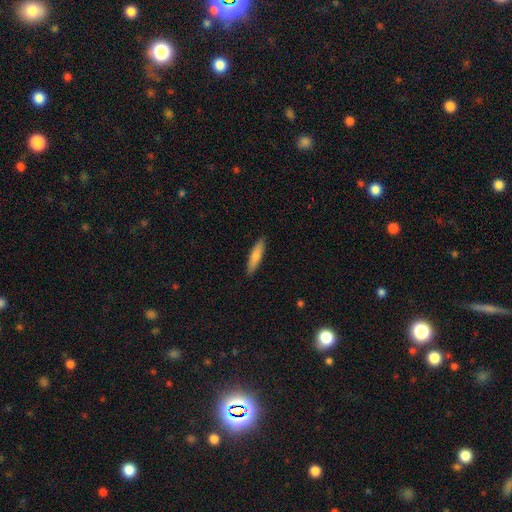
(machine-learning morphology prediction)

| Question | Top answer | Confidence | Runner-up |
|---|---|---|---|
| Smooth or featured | smooth | 78% | featured or disk (17%) |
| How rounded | cigar-shaped | 73% | in between (25%) |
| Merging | none | 89% | minor disturbance (9%) |